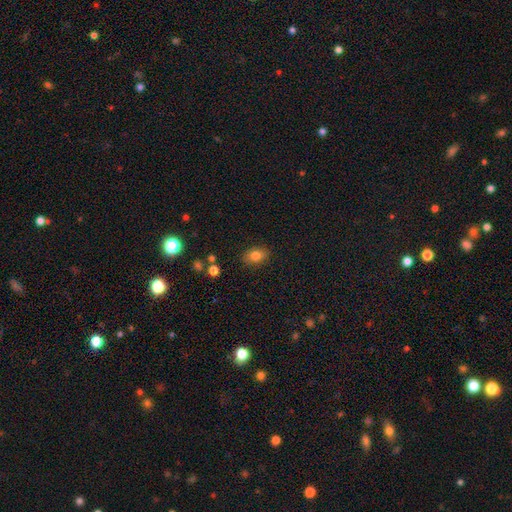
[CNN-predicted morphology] Smooth or featured: smooth — 80% (star or artifact — 10%)
How rounded: in between — 79% (round — 20%)
Merging: none — 86% (minor disturbance — 10%)